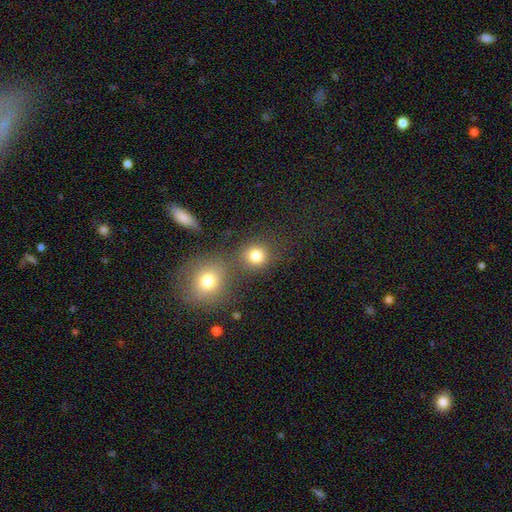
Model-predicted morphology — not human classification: smooth 80%, star or artifact 13%, featured or disk 7%. Down the decision tree: how rounded — round (87%); merging — none (70%).